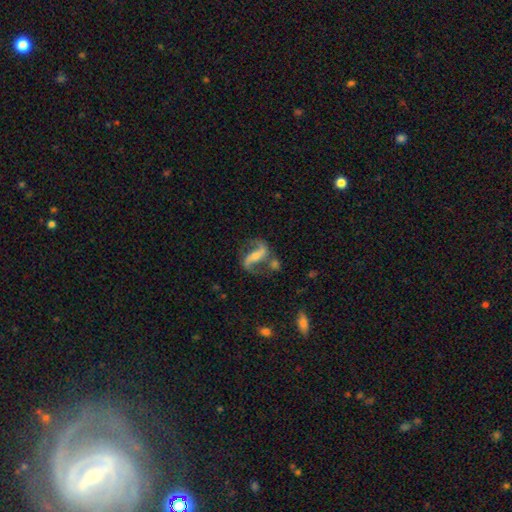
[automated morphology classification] A featured or disk galaxy (85%) with a strong bar (51%), 2 (92%) loose (61%) spiral arms (94%) and a small central bulge (47%).

Vote fractions:
- Smooth or featured? featured or disk: 85% / smooth: 9% / star or artifact: 7%
- Edge-on disk? no: 95% / yes: 5%
- Bar? strong: 51% / weak: 28% / no: 20%
- Spiral arms? yes: 94% / no: 6%
- Spiral winding? loose: 61% / medium: 30% / tight: 8%
- Spiral arm count? 2: 92% / 1: 3% / can't tell: 2% / 3: 1% / 4: 1% / more than 4: 1%
- Bulge size? small: 47% / moderate: 31% / none: 15% / large: 5% / dominant: 2%
- Merging? none: 65% / minor disturbance: 15% / major disturbance: 10% / merger: 10%